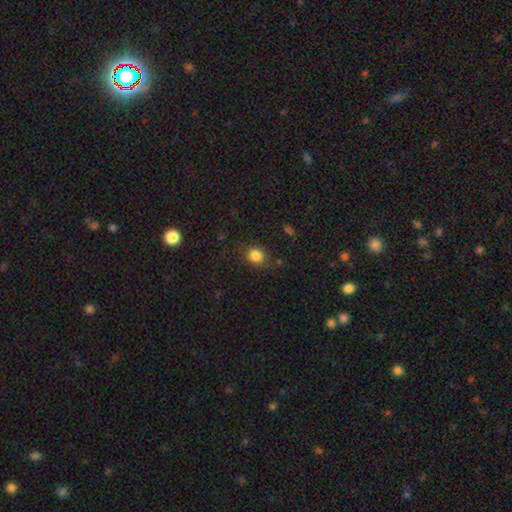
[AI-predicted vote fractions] This appears to be a smooth galaxy with no disk features (84%) that is round (70%). Merging: none (79%).